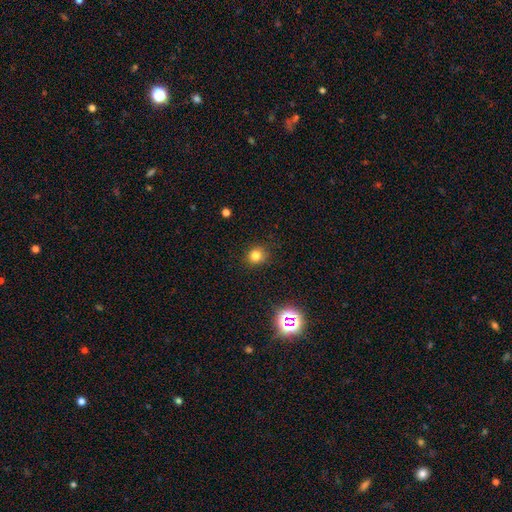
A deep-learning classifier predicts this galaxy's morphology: Smooth or featured? smooth (79%)
How rounded? round (84%)
Merging? none (87%)